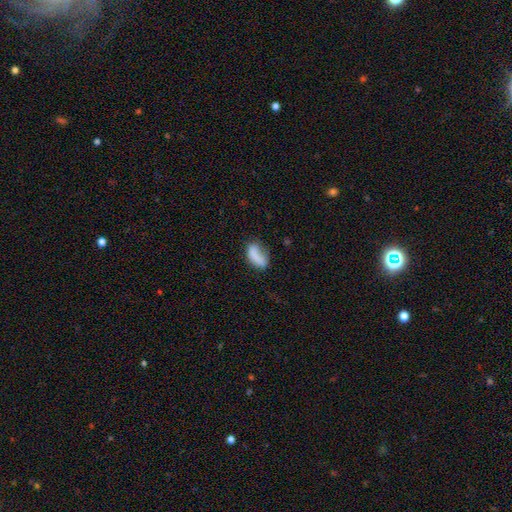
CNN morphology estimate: smooth 77%, featured or disk 14%, star or artifact 9%. Down the decision tree: how rounded — in between (87%); merging — none (47%).